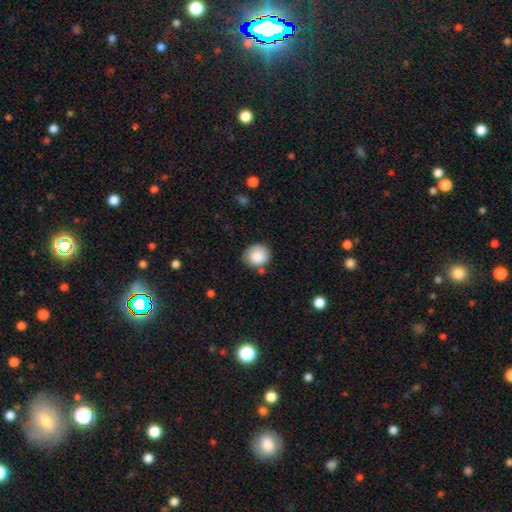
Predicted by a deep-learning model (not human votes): Smooth or featured? smooth (86%)
How rounded? round (78%)
Merging? none (74%)